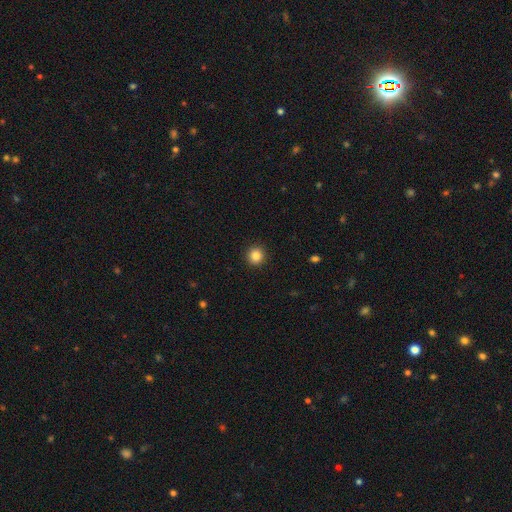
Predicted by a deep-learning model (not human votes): Smooth or featured? Predicted: smooth (p=0.85). How rounded? Predicted: round (p=0.94). Merging? Predicted: none (p=0.93).